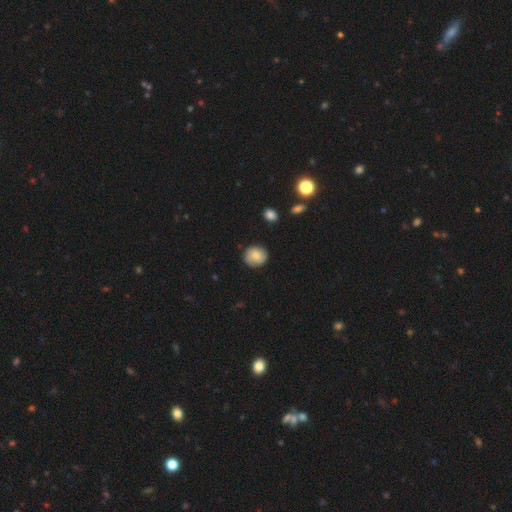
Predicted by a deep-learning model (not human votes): The model was most divided on "smooth or featured": smooth: 76%, featured or disk: 16%, star or artifact: 8%. More confident: how rounded — round (85%); merging — none (84%).